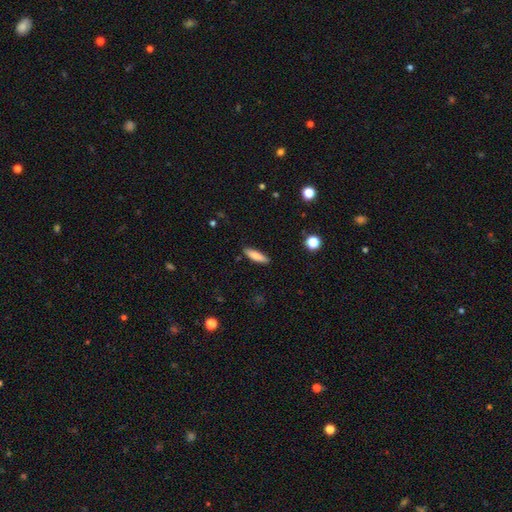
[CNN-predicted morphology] The model was most divided on "how rounded": cigar-shaped: 63%, in between: 35%, round: 2%. More confident: merging — none (88%); smooth or featured — smooth (79%).